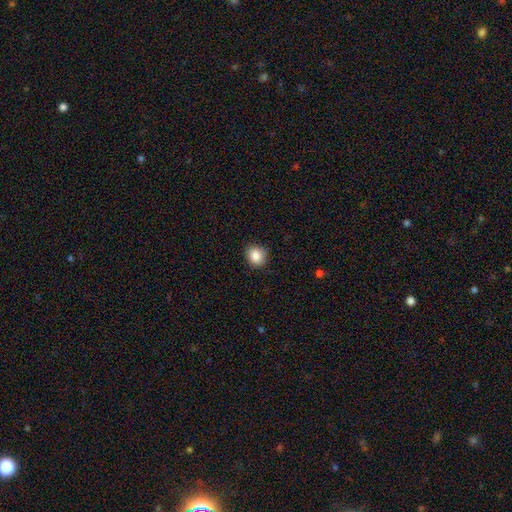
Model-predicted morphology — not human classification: This appears to be a smooth galaxy with no disk features (87%) that is round (74%). Merging: none (87%).